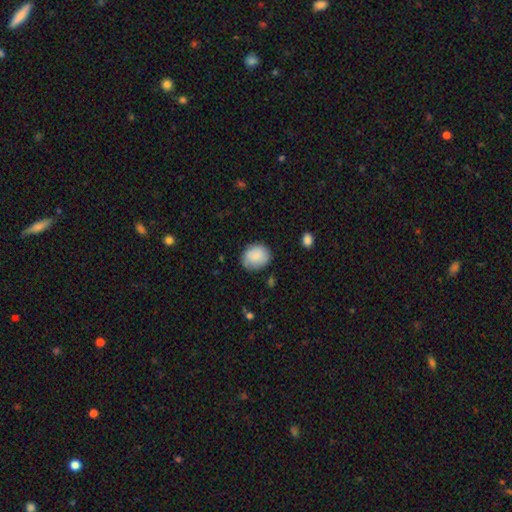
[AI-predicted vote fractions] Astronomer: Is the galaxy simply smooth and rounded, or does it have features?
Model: smooth — 83%.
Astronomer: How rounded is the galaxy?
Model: round — 66%.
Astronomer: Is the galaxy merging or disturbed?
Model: none — 72%.